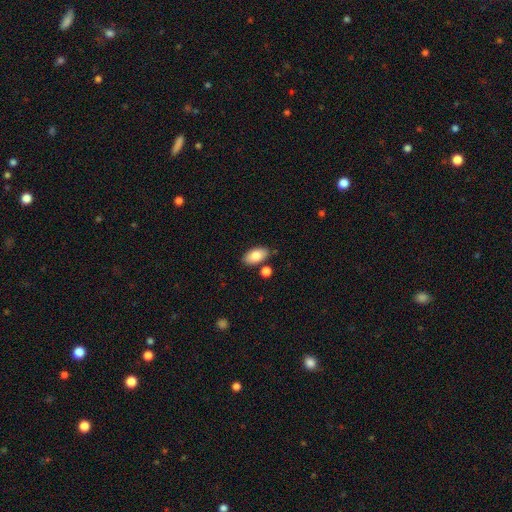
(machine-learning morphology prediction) The model was most divided on "merging": none: 79%, minor disturbance: 11%, merger: 7%, major disturbance: 2%. More confident: how rounded — in between (94%); smooth or featured — smooth (82%).